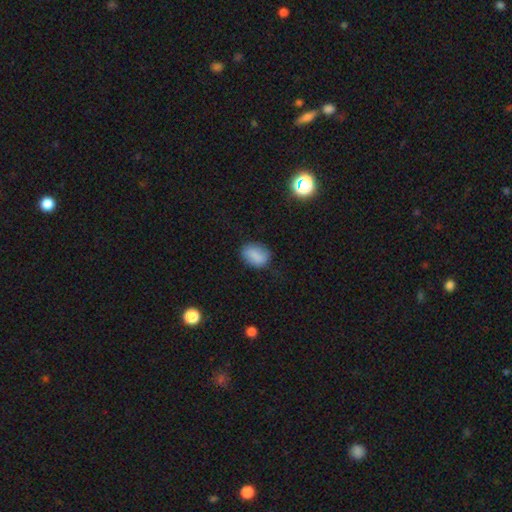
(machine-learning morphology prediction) This appears to be a smooth galaxy with no disk features (82%) that is in between round and cigar-shaped (70%). Merging: none (74%).